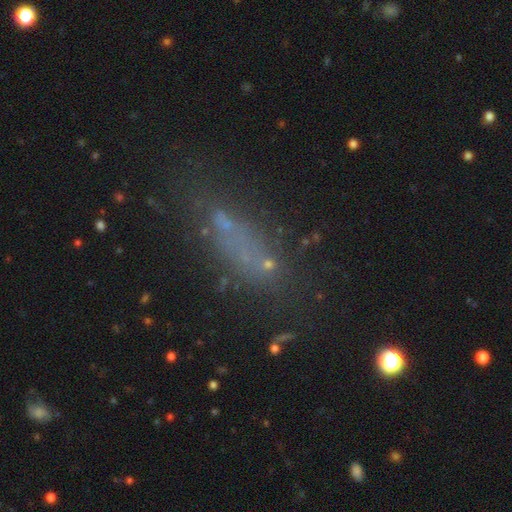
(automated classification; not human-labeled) Morphology: type=smooth (44%); merging=none (53%).